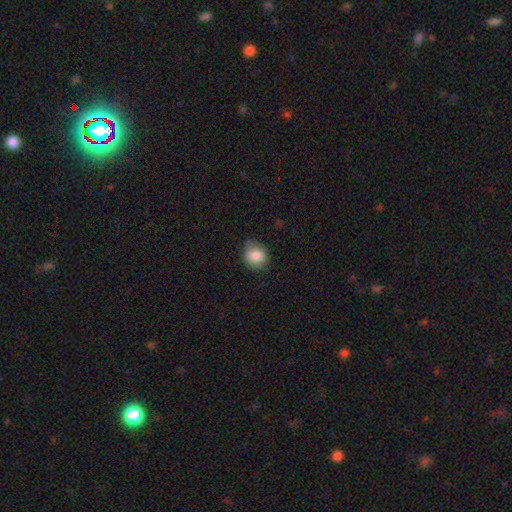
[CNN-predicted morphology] type=smooth (84%); roundness=round (60%); merging=none (71%).